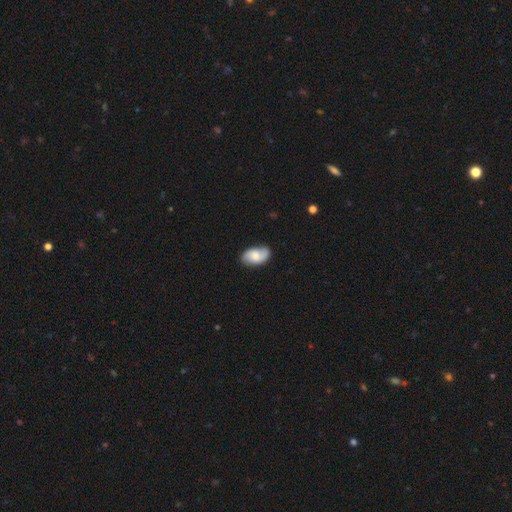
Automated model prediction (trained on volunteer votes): A smooth galaxy with no disk features (47%). Merging: none (78%).